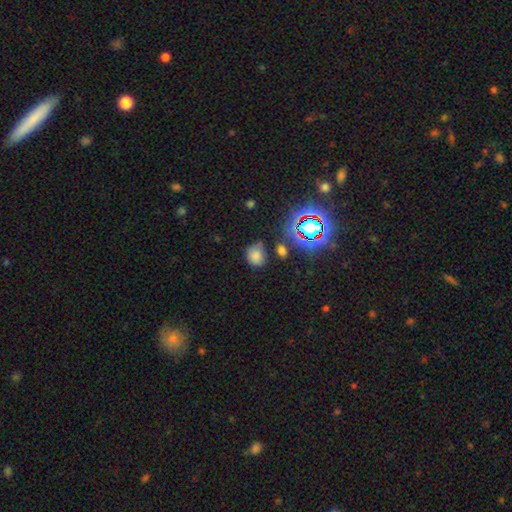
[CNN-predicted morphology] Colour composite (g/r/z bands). It shows a smooth galaxy with no disk features (72%) that is round (62%). Merging: none (62%).